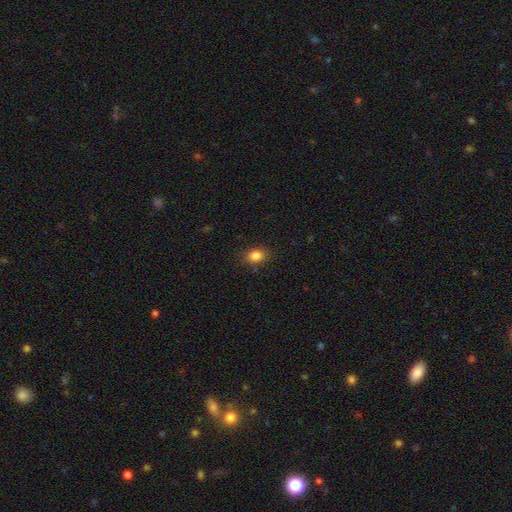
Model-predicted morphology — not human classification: A smooth galaxy with no disk features (84%) that is in between round and cigar-shaped (69%).

Vote fractions:
- Smooth or featured? smooth: 84% / star or artifact: 10% / featured or disk: 6%
- How rounded? in between: 69% / round: 30% / cigar-shaped: 2%
- Merging? none: 85% / minor disturbance: 11% / major disturbance: 3% / merger: 1%